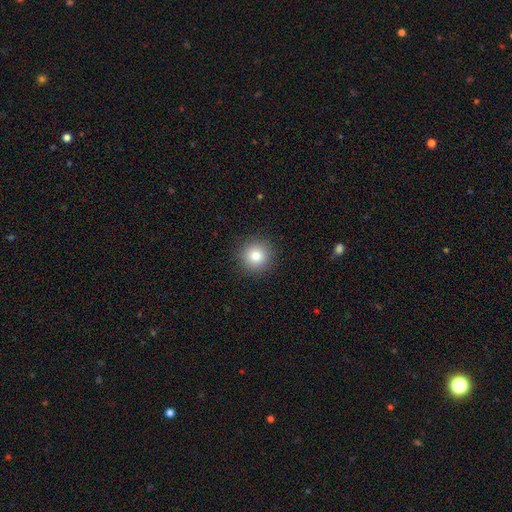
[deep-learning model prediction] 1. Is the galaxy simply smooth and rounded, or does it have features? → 81% smooth, 11% star or artifact, 8% featured or disk.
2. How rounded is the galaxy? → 95% round, 4% in between, 1% cigar-shaped.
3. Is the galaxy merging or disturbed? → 92% none, 5% minor disturbance, 2% major disturbance, 1% merger.